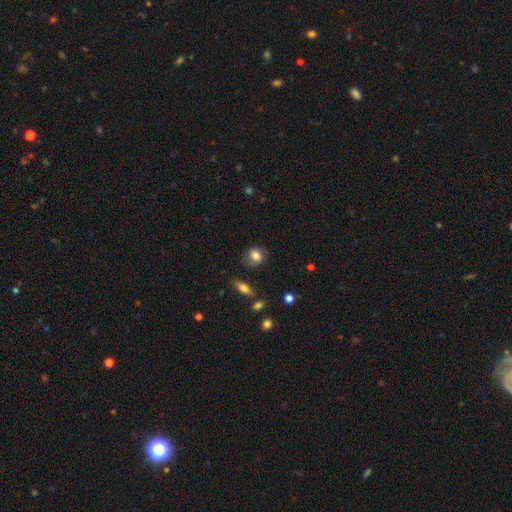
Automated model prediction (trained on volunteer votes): The model was most divided on "how rounded": round: 69%, in between: 30%, cigar-shaped: 1%. More confident: smooth or featured — smooth (79%); merging — none (75%).